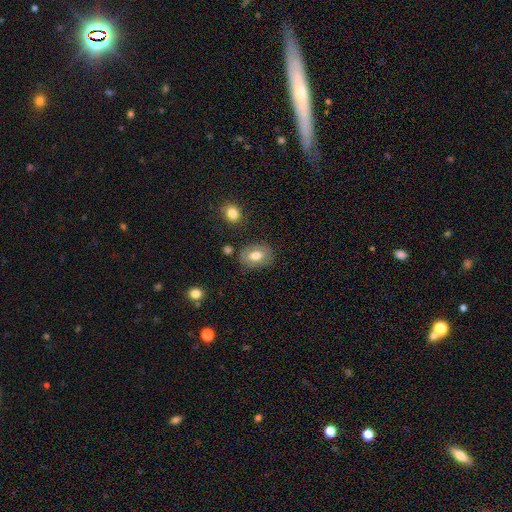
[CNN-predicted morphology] smooth 69%, featured or disk 23%, star or artifact 8%. Down the decision tree: how rounded — in between (79%); merging — none (77%).